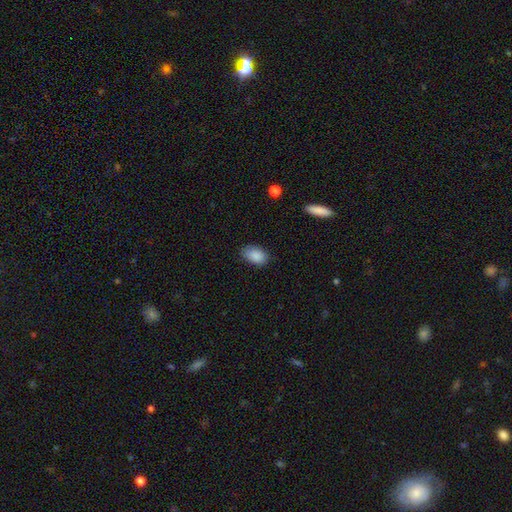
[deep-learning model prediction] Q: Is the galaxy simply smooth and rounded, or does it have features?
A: smooth — 89%.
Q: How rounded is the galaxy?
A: in between — 91%.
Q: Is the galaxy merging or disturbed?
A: none — 78%.